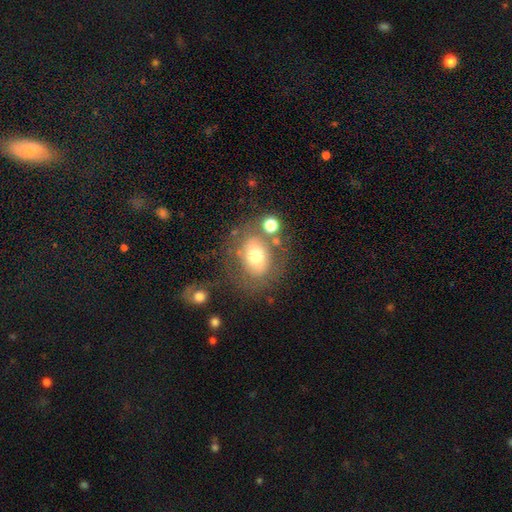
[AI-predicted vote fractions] Morphology: type=smooth (59%); roundness=round (57%); merging=none (62%).